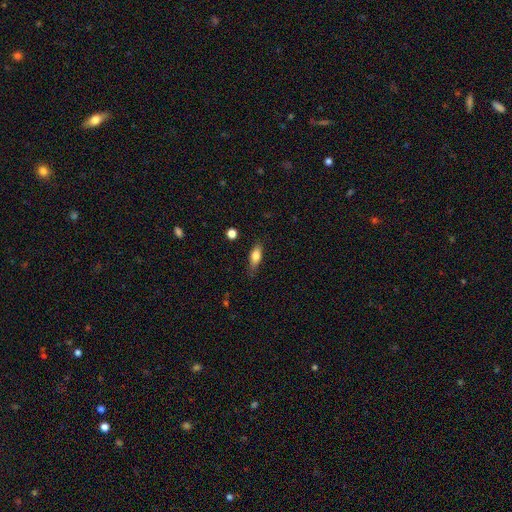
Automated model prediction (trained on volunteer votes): smooth_or_featured: smooth (p=0.74) [alt: featured or disk p=0.18]
how_rounded: in between (p=0.67) [alt: cigar-shaped p=0.29]
merging: none (p=0.76) [alt: minor disturbance p=0.18]